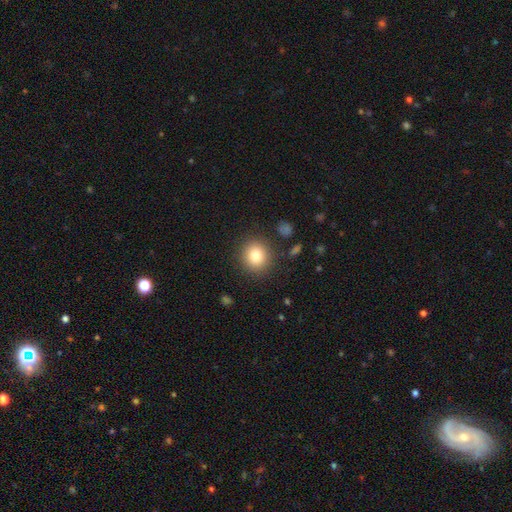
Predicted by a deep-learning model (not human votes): A smooth galaxy with no disk features (81%) that is round (87%).

Vote fractions:
- Smooth or featured? smooth: 81% / star or artifact: 11% / featured or disk: 8%
- How rounded? round: 87% / in between: 12% / cigar-shaped: 1%
- Merging? none: 88% / minor disturbance: 7% / major disturbance: 3% / merger: 2%